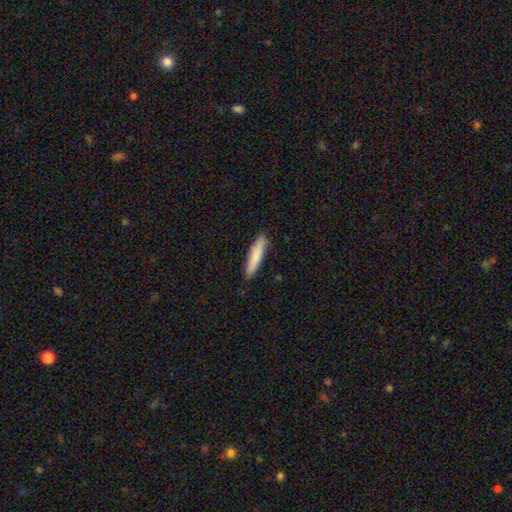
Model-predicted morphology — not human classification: This is clearly a smooth galaxy (82%). How rounded: clearly cigar-shaped (86%). Merging: clearly none (86%).